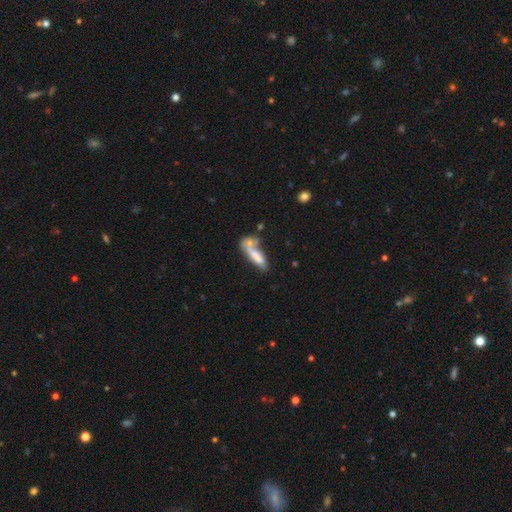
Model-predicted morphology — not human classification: Q: Smooth or featured?
A: smooth (68%); runner-up: featured or disk (24%)
Q: How rounded?
A: cigar-shaped (56%); runner-up: in between (42%)
Q: Merging?
A: merger (47%); runner-up: none (28%)